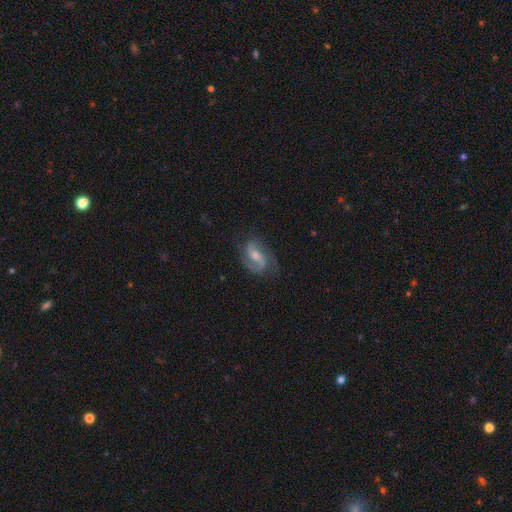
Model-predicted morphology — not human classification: Smooth or featured? Predicted: featured or disk (p=0.83). Edge-on disk? Predicted: no (p=0.97). Bar? Predicted: weak (p=0.49). Spiral arms? Predicted: yes (p=0.96). Spiral winding? Predicted: medium (p=0.52). Spiral arm count? Predicted: 2 (p=0.83). Bulge size? Predicted: moderate (p=0.52). Merging? Predicted: none (p=0.68).